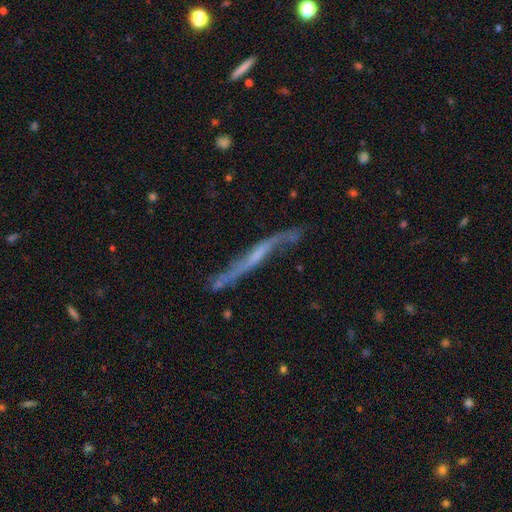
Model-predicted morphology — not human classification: Overall: featured or disk (75%). Edge-on disk: yes (63%; no 37%). Merging: none (58%; minor disturbance 25%).